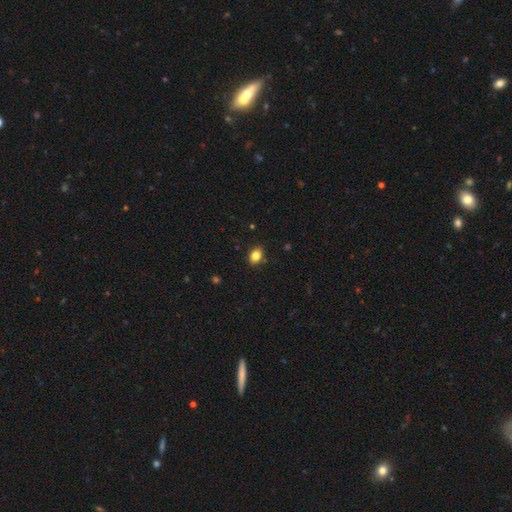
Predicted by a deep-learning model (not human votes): A smooth galaxy with no disk features (84%) that is in between round and cigar-shaped (65%).

Vote fractions:
- Smooth or featured? smooth: 84% / star or artifact: 10% / featured or disk: 6%
- How rounded? in between: 65% / round: 34% / cigar-shaped: 1%
- Merging? none: 87% / minor disturbance: 10% / major disturbance: 2% / merger: 1%